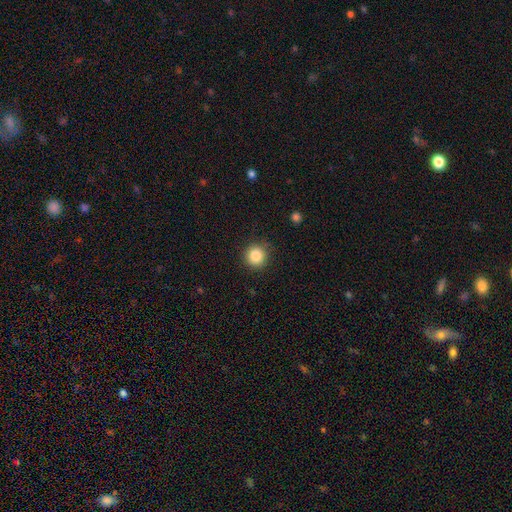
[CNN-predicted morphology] Smooth or featured: smooth — 85% (star or artifact — 10%)
How rounded: round — 93% (in between — 6%)
Merging: none — 88% (minor disturbance — 8%)